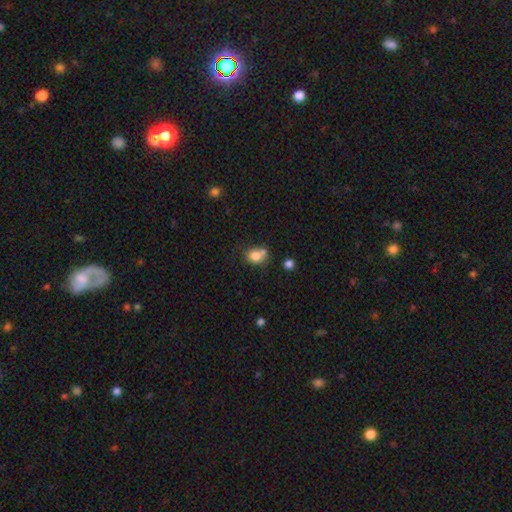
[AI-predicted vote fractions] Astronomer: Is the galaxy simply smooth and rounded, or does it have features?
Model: smooth — 80%.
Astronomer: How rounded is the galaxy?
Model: round — 58% (runner-up: in between, 41%).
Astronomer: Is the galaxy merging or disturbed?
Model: none — 48% (runner-up: merger, 29%).